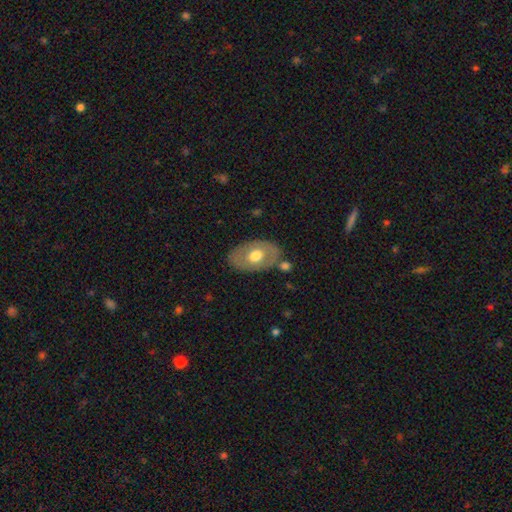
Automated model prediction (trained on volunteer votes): This appears to be a smooth galaxy with no disk features (53%) that is in between round and cigar-shaped (86%). Merging: none (75%).